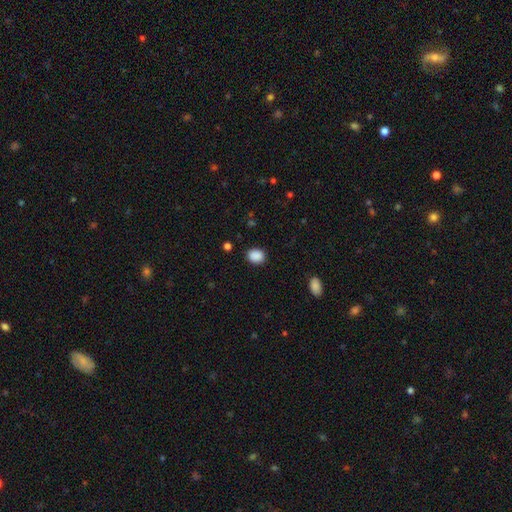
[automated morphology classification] Smooth or featured? smooth (89%)
How rounded? in between (51%)
Merging? none (87%)